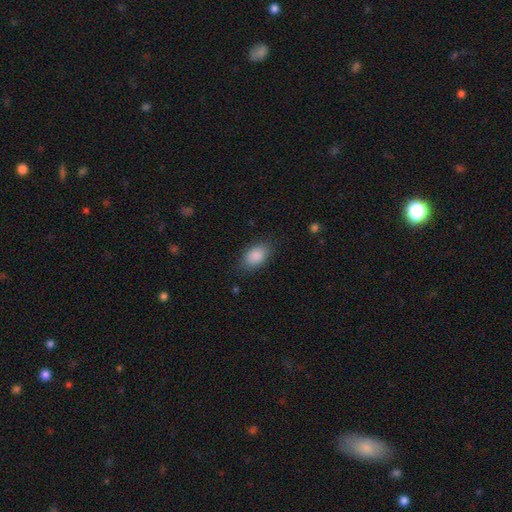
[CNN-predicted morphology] type=smooth (89%); roundness=in between (89%); merging=none (82%).